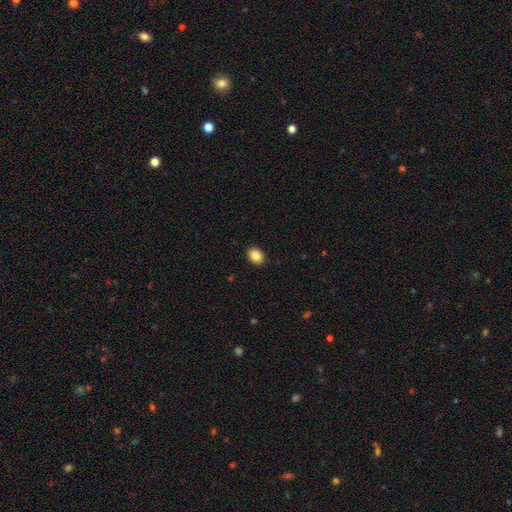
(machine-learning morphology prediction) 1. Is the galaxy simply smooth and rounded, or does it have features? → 88% smooth, 8% star or artifact, 4% featured or disk.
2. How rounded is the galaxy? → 63% in between, 36% round, 1% cigar-shaped.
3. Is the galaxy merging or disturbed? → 91% none, 6% minor disturbance, 2% major disturbance, 1% merger.